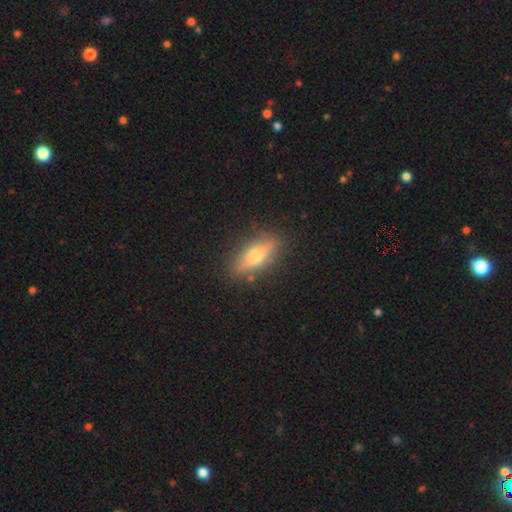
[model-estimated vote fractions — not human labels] smooth_or_featured: smooth (p=0.52) [alt: featured or disk p=0.37]
how_rounded: in between (p=0.56) [alt: cigar-shaped p=0.39]
merging: none (p=0.87) [alt: minor disturbance p=0.10]